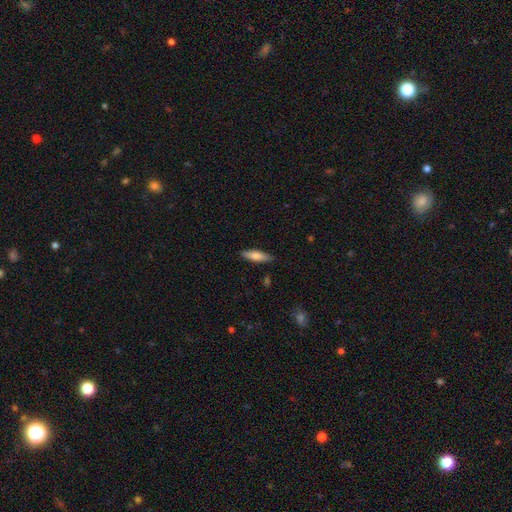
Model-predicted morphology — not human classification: Smooth or featured? smooth (70%)
How rounded? cigar-shaped (62%)
Merging? none (87%)